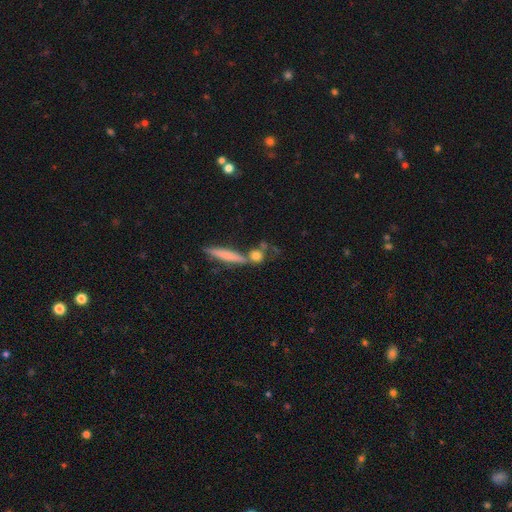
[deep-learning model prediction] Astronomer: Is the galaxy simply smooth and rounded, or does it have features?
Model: smooth — 63%.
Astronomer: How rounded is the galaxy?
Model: round — 50% (runner-up: cigar-shaped, 30%).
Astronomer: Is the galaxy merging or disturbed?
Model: none — 54%.